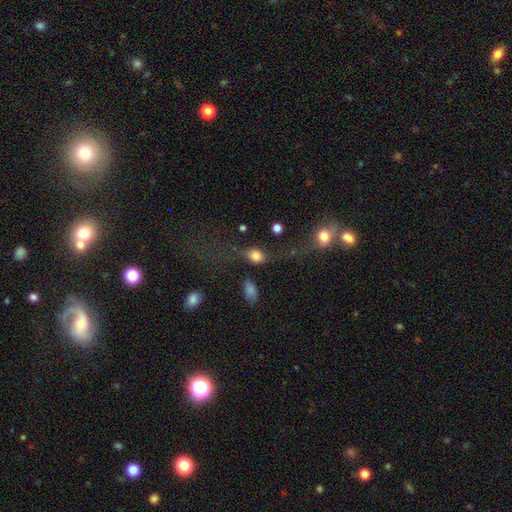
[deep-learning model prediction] This appears to be a smooth galaxy with no disk features (70%) that is round (48%). Merging: none (43%).